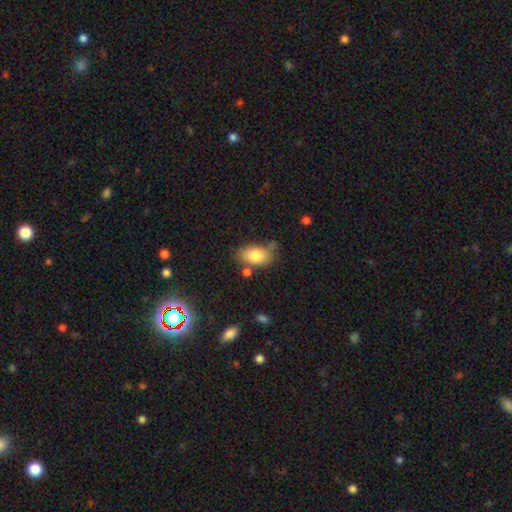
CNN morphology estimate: Smooth or featured: smooth — 80% (featured or disk — 12%)
How rounded: in between — 89% (round — 9%)
Merging: none — 63% (minor disturbance — 22%)